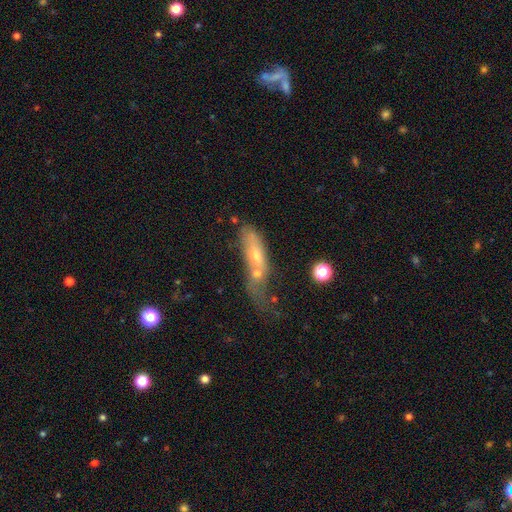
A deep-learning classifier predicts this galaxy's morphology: A smooth galaxy with no disk features (49%). Merging: merger (47%).